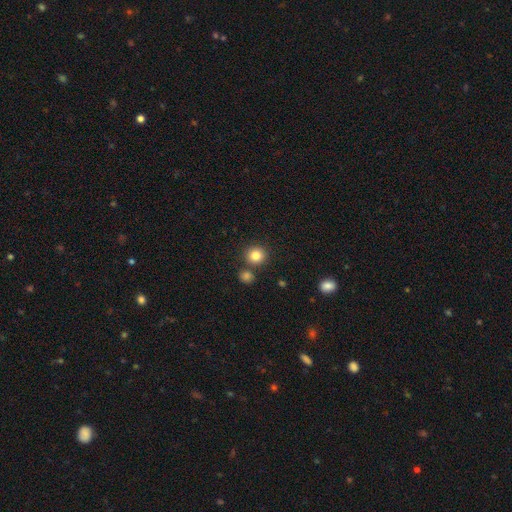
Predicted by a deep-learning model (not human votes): smooth_or_featured: smooth (p=0.83) [alt: star or artifact p=0.11]
how_rounded: round (p=0.88) [alt: in between p=0.11]
merging: none (p=0.79) [alt: merger p=0.11]